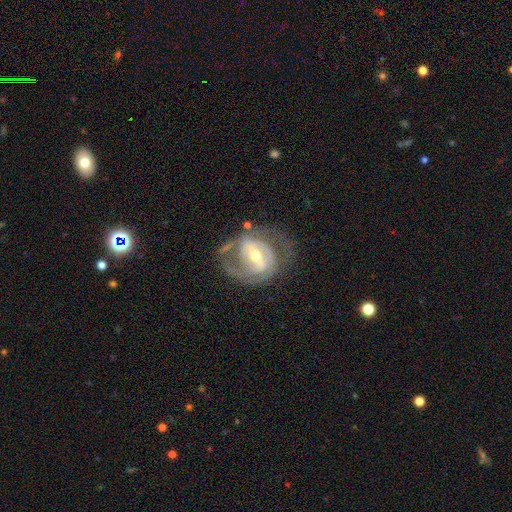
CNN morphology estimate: smooth-or-featured: featured or disk: 85% | smooth: 10% | star or artifact: 5%
  disk-edge-on: no: 96% | yes: 4%
    bar: strong: 52% | weak: 36% | no: 12%
    has-spiral-arms: yes: 87% | no: 13%
      spiral-winding: medium: 44% | tight: 40% | loose: 16%
      spiral-arm-count: 2: 63% | can't tell: 16% | 3: 9% | 1: 7% | 4: 2% | more than 4: 2%
    bulge-size: moderate: 56% | small: 39% | large: 4% | none: 1% | dominant: 1%
  merging: none: 56% | major disturbance: 20% | minor disturbance: 20% | merger: 4%